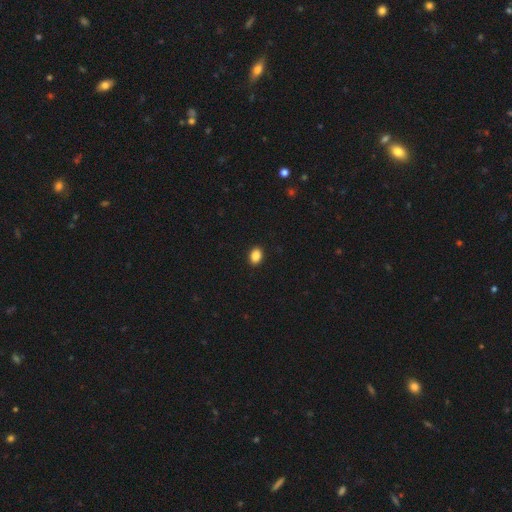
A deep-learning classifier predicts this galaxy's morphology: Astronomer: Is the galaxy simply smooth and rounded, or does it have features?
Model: smooth — 88%.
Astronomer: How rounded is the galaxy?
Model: in between — 73%.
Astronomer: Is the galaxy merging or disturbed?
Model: none — 91%.